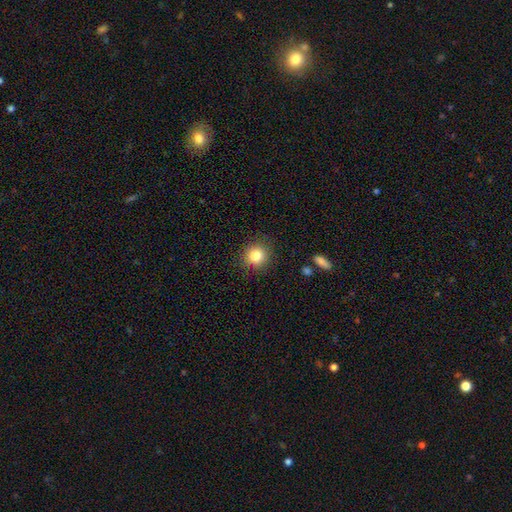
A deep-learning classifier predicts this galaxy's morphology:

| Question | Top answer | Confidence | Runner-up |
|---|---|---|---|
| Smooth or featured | smooth | 83% | star or artifact (11%) |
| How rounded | round | 91% | in between (8%) |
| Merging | none | 88% | minor disturbance (8%) |